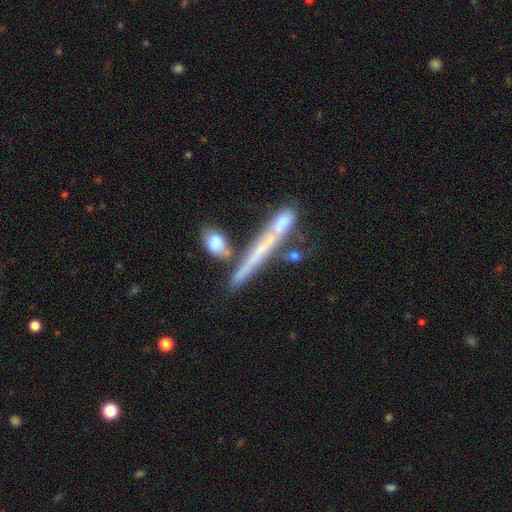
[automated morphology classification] Overall: featured or disk (56%; smooth 35%). Edge-on disk: yes (81%). Merging: none (50%; merger 23%).